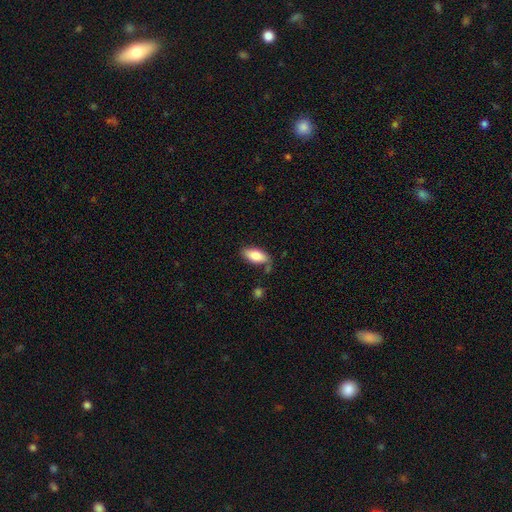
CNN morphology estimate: Smooth or featured: smooth — 82% (featured or disk — 12%)
How rounded: in between — 90% (cigar-shaped — 7%)
Merging: none — 67% (minor disturbance — 22%)